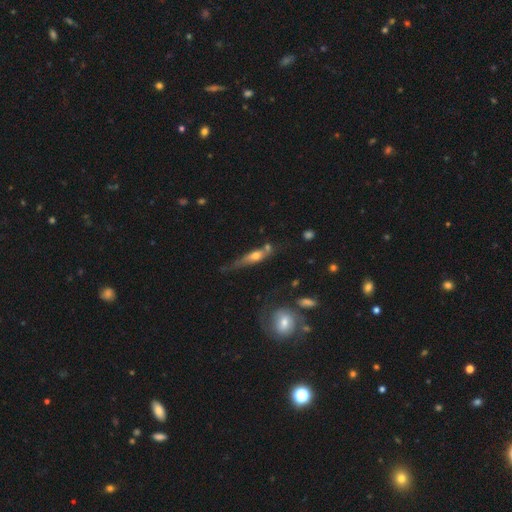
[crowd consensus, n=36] Smooth or featured? smooth (53%)
How rounded? cigar-shaped (79%)
Merging? none (34%)